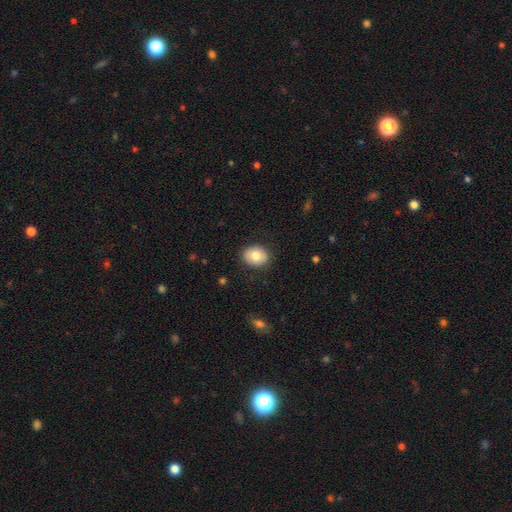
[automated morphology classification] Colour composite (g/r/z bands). It shows a smooth galaxy with no disk features (78%) that is in between round and cigar-shaped (53%). Merging: none (87%).